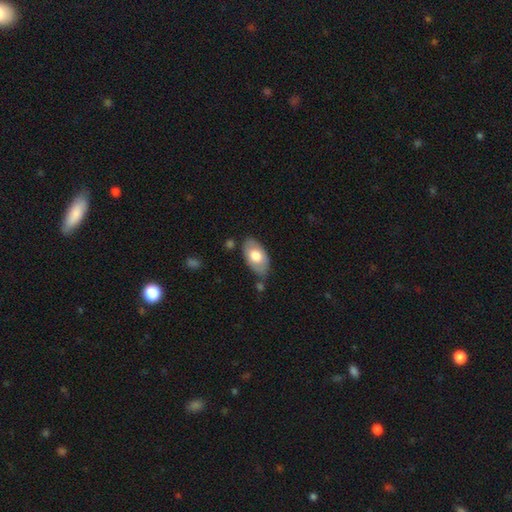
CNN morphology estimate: Q: Smooth or featured?
A: smooth (66%); runner-up: featured or disk (28%)
Q: How rounded?
A: in between (94%); runner-up: round (4%)
Q: Merging?
A: none (68%); runner-up: minor disturbance (21%)